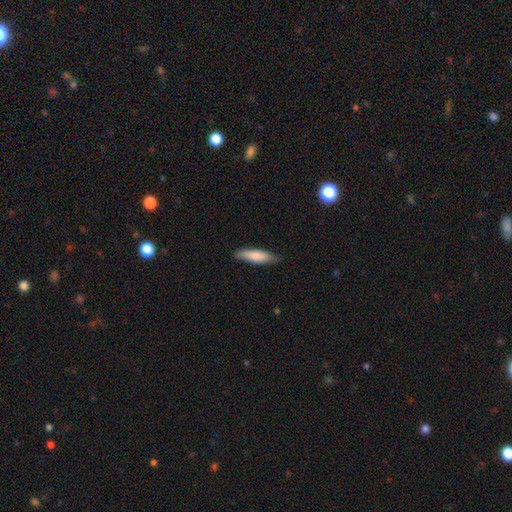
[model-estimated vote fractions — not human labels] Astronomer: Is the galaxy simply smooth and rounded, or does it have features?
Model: smooth — 82%.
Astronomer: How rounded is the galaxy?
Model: cigar-shaped — 65%.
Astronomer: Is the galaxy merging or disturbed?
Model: none — 78%.